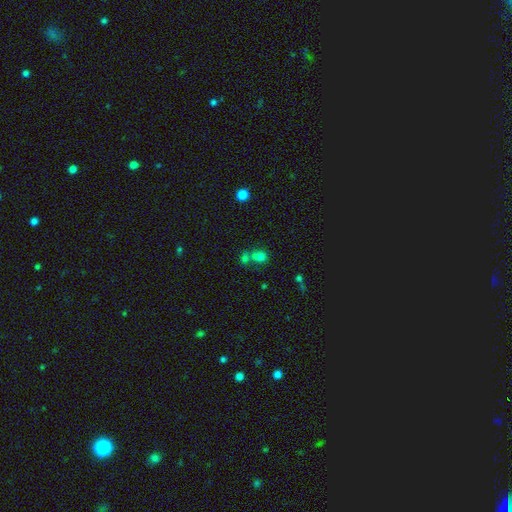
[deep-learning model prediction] This is possibly a smooth galaxy (53%). How rounded: likely round (68%). Merging: possibly merger (46%).